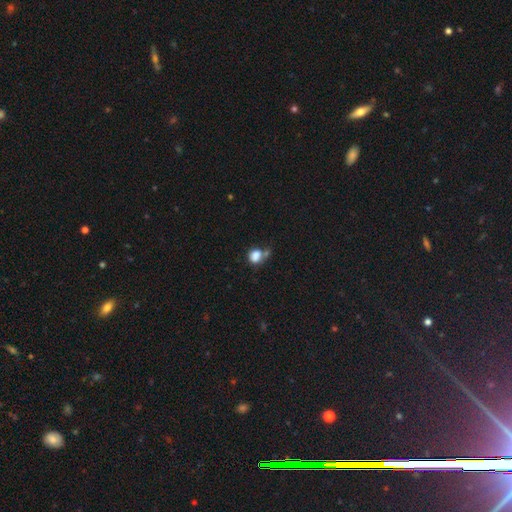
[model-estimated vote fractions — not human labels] Morphology: type=smooth (81%); roundness=round (57%); merging=none (41%).